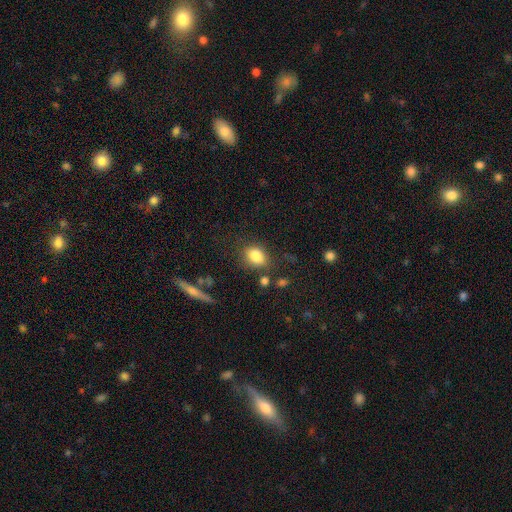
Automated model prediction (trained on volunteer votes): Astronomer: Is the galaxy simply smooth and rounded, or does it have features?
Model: smooth — 83%.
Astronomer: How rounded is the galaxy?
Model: in between — 63%.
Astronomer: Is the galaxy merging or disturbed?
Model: none — 76%.